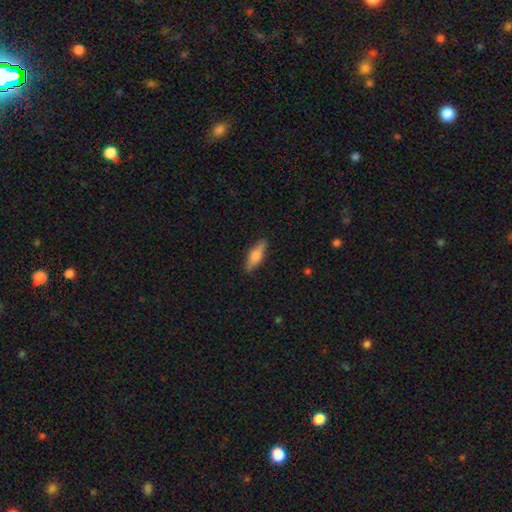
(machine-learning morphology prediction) The model was most divided on "how rounded": in between: 52%, cigar-shaped: 45%, round: 3%. More confident: merging — none (87%); smooth or featured — smooth (65%).